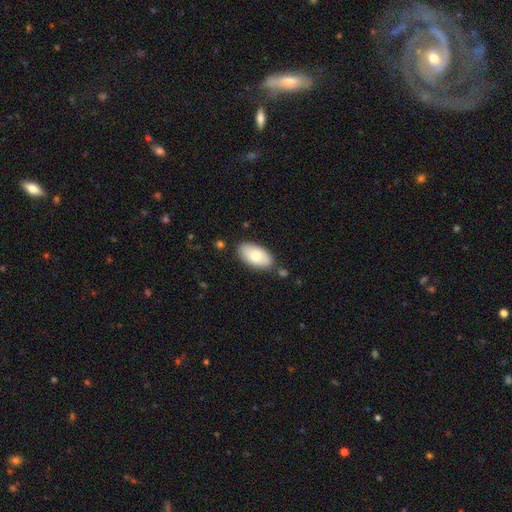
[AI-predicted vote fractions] A smooth galaxy with no disk features (73%) that is in between round and cigar-shaped (95%). Merging: none (80%).